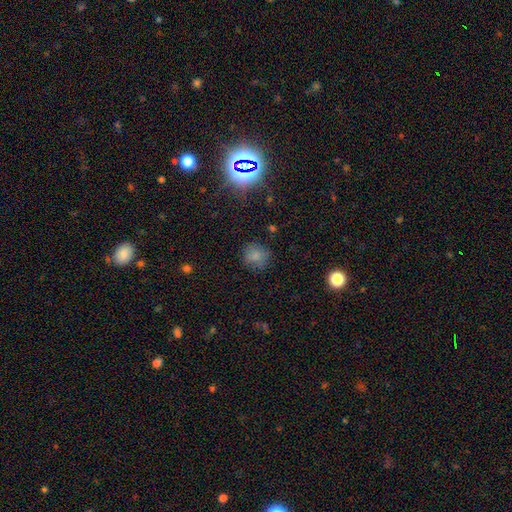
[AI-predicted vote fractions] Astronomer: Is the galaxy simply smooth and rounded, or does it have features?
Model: smooth — 76%.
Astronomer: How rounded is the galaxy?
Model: round — 85%.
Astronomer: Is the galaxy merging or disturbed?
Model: none — 77%.